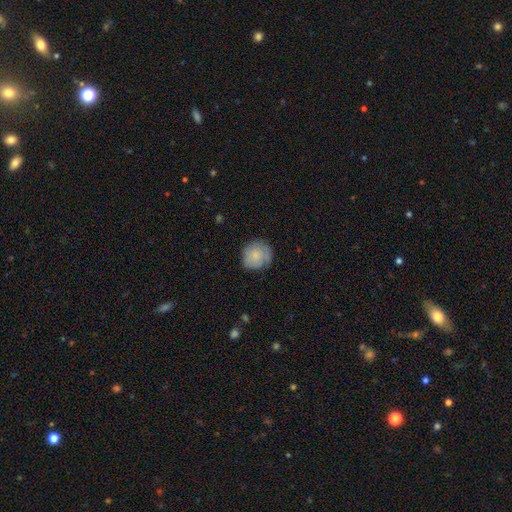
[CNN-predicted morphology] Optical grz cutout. It shows a smooth galaxy with no disk features (75%) that is round (83%). Merging: none (70%).